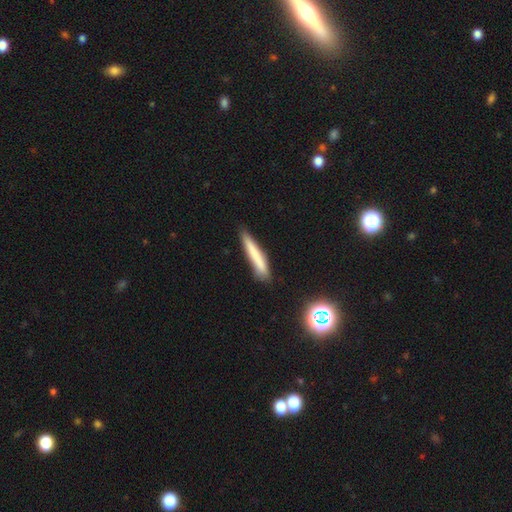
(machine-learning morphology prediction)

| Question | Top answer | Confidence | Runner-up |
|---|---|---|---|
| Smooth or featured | smooth | 72% | featured or disk (20%) |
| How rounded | cigar-shaped | 95% | in between (4%) |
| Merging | none | 83% | minor disturbance (13%) |